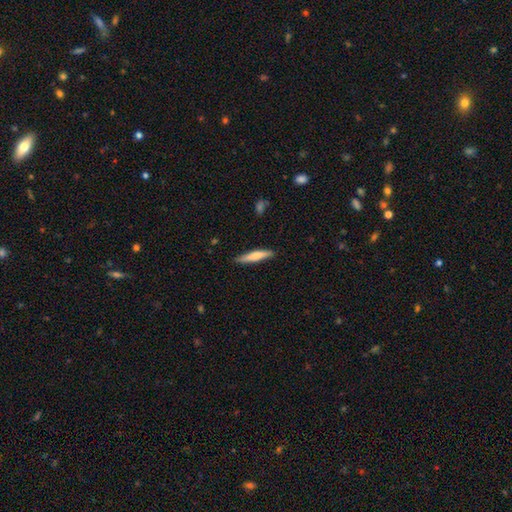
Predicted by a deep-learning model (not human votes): A smooth galaxy with no disk features (69%) that is cigar-shaped (89%). Merging: none (87%).